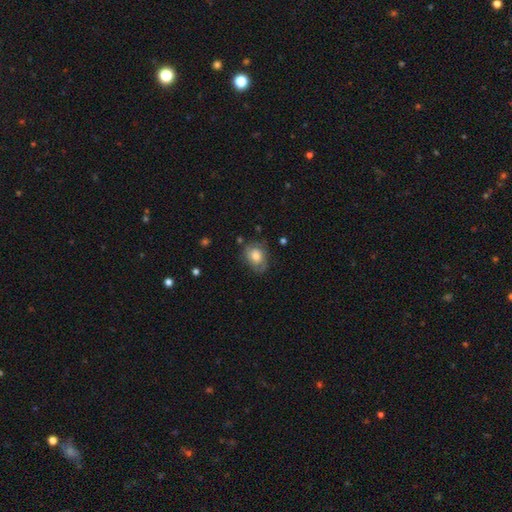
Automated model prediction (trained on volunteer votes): Q: Smooth or featured?
A: smooth (48%); runner-up: featured or disk (43%)
Q: Merging?
A: none (65%); runner-up: minor disturbance (24%)